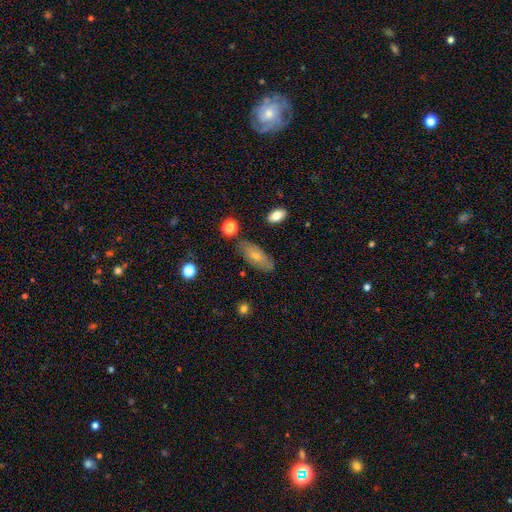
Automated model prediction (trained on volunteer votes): Q: Smooth or featured?
A: smooth (55%); runner-up: featured or disk (35%)
Q: How rounded?
A: in between (78%); runner-up: cigar-shaped (18%)
Q: Merging?
A: none (78%); runner-up: minor disturbance (15%)